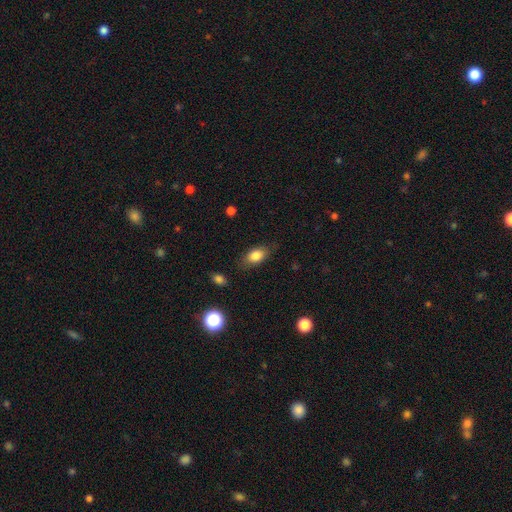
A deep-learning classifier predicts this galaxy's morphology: This is clearly a smooth galaxy (83%). How rounded: clearly in between (86%). Merging: likely none (78%).